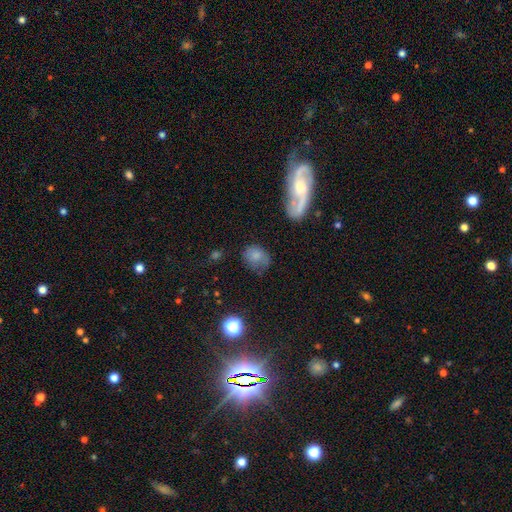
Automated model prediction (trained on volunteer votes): Smooth or featured? Predicted: smooth (p=0.69). How rounded? Predicted: round (p=0.51). Merging? Predicted: none (p=0.50).